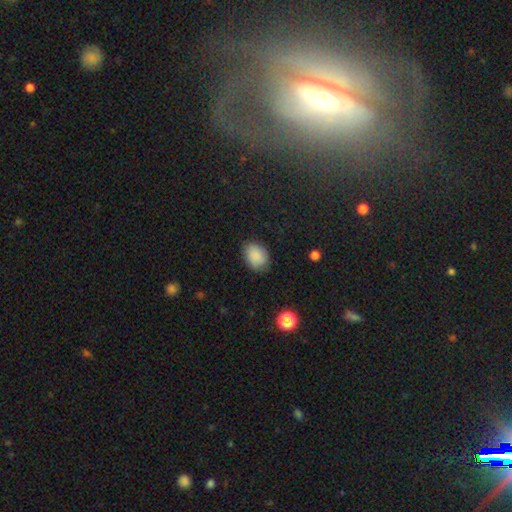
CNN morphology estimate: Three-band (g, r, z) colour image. It shows a smooth galaxy with no disk features (88%) that is in between round and cigar-shaped (78%). Merging: none (80%).